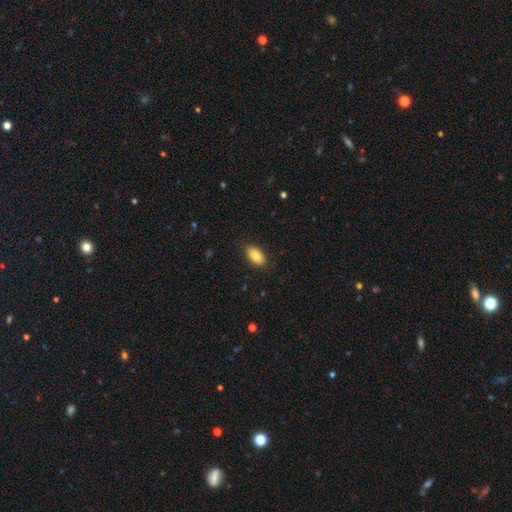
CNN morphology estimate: This appears to be a smooth galaxy with no disk features (84%) that is in between round and cigar-shaped (92%). Merging: none (86%).